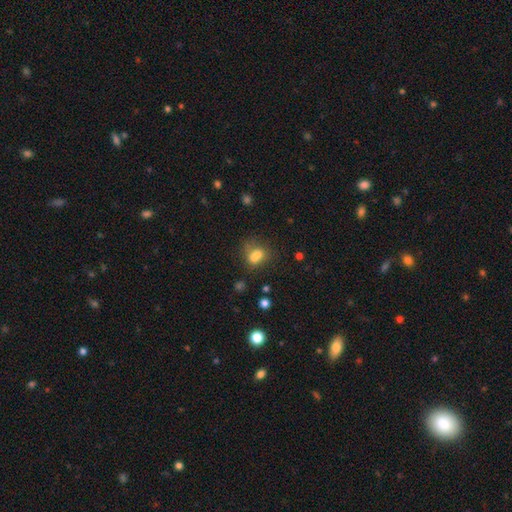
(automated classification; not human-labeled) Overall: smooth (70%). How rounded: in between (55%; round 43%). Merging: merger (52%; none 29%).